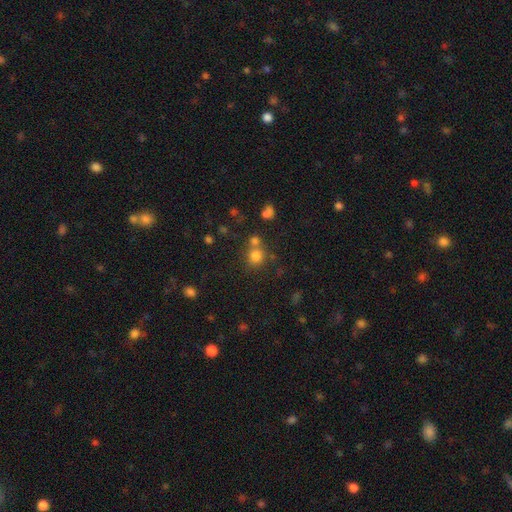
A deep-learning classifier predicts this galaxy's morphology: smooth 77%, star or artifact 15%, featured or disk 8%. Down the decision tree: how rounded — round (87%); merging — none (58%).